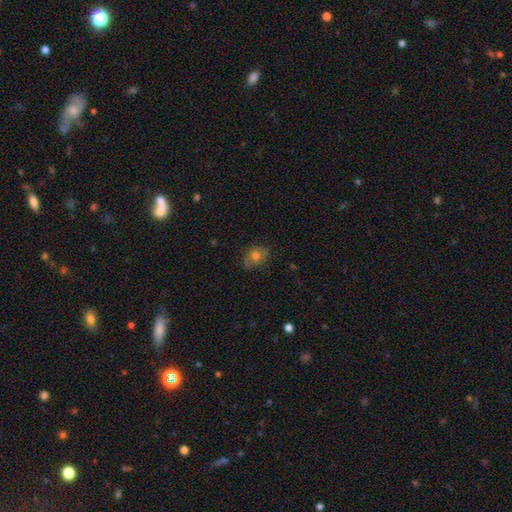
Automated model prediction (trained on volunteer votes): This is likely a smooth galaxy (68%). How rounded: likely in between (61%). Merging: likely none (72%).